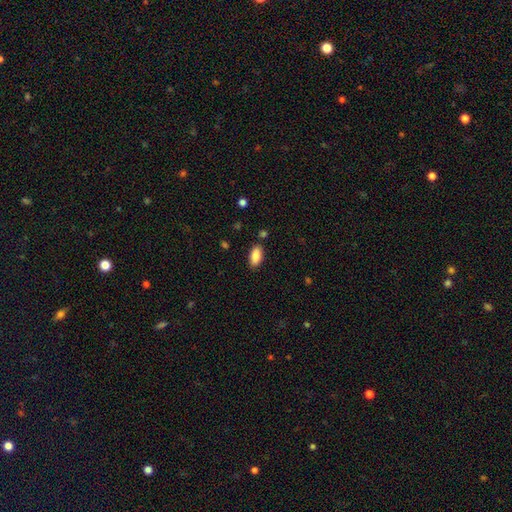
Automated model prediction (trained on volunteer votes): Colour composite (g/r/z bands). It shows a smooth galaxy with no disk features (87%) that is in between round and cigar-shaped (91%). Merging: none (85%).